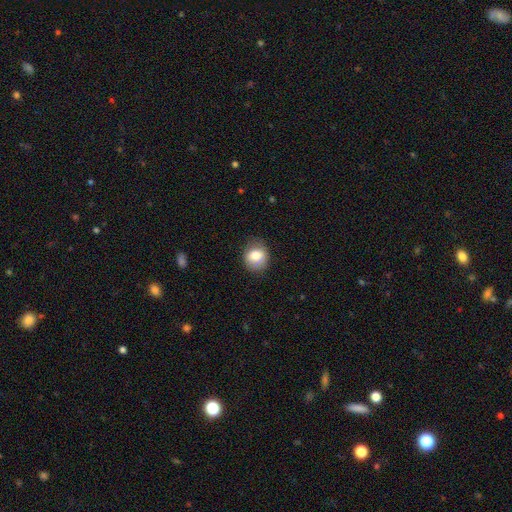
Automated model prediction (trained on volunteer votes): smooth 78%, featured or disk 13%, star or artifact 9%. Down the decision tree: how rounded — round (72%); merging — none (77%).